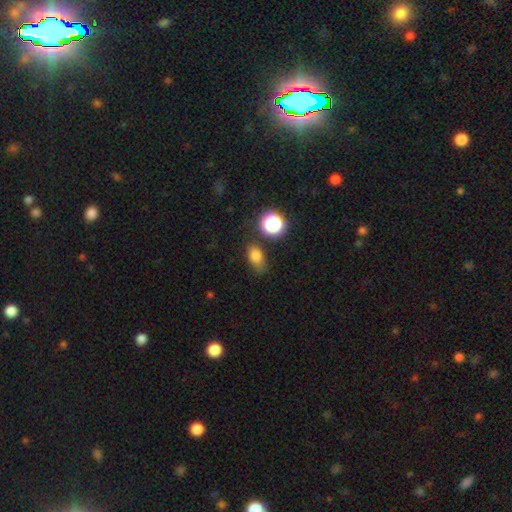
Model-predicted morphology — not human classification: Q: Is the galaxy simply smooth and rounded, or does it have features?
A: smooth — 78%.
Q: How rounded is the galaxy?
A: in between — 77%.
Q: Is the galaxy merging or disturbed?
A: none — 67%.